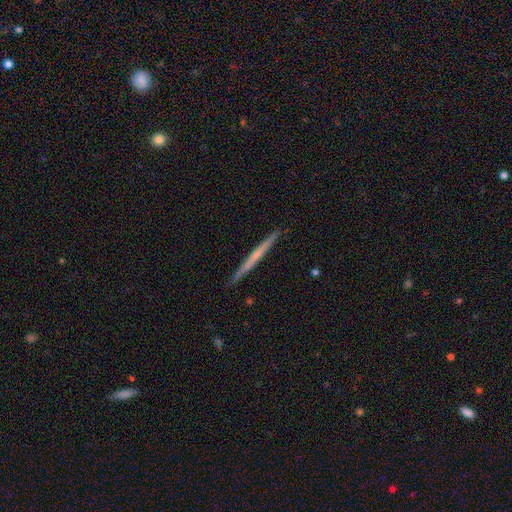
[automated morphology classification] smooth_or_featured: featured or disk (p=0.57) [alt: smooth p=0.37]
disk_edge_on: yes (p=0.98) [alt: no p=0.02]
edge_on_bulge: none (p=0.75) [alt: rounded p=0.20]
merging: none (p=0.91) [alt: minor disturbance p=0.06]